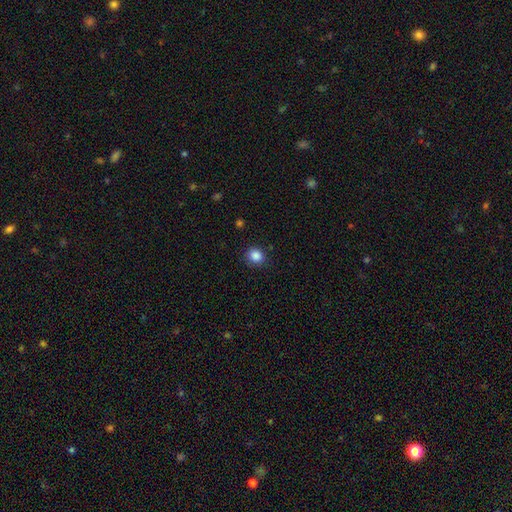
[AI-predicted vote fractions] Morphology: type=smooth (86%); roundness=round (80%); merging=none (85%).